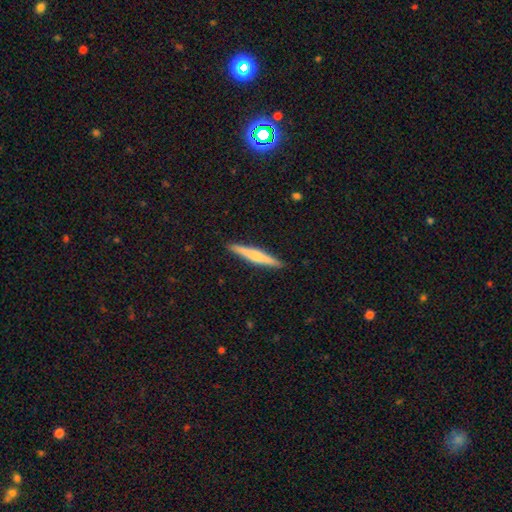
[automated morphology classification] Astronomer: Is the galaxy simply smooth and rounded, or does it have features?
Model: smooth — 48% (runner-up: featured or disk, 46%).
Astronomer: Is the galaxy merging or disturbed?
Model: none — 92%.